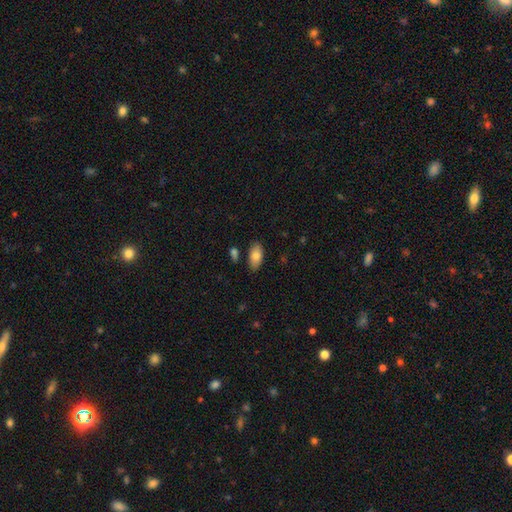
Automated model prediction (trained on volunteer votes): Q: Smooth or featured?
A: smooth (81%); runner-up: featured or disk (12%)
Q: How rounded?
A: in between (92%); runner-up: cigar-shaped (5%)
Q: Merging?
A: none (82%); runner-up: minor disturbance (12%)